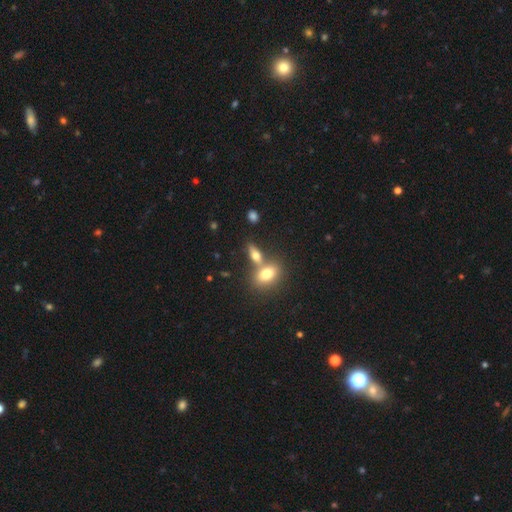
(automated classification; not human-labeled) smooth 70%, featured or disk 21%, star or artifact 9%. Down the decision tree: how rounded — in between (73%); merging — none (46%).